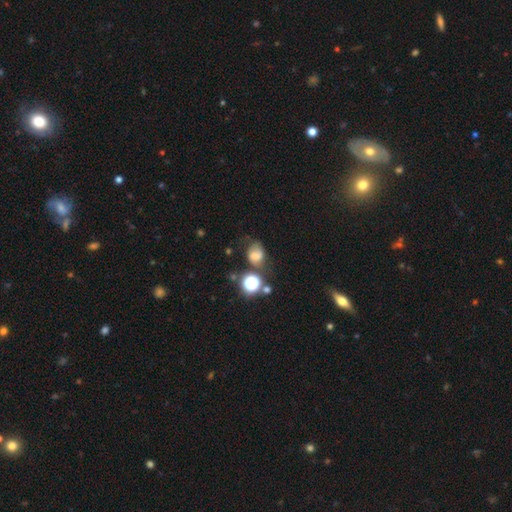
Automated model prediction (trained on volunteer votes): Overall: smooth (62%). How rounded: in between (50%; round 49%). Merging: none (43%; minor disturbance 28%).